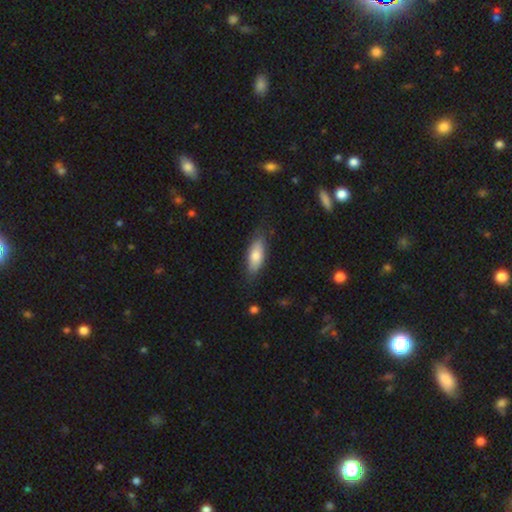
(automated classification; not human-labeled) Overall: smooth (76%). How rounded: in between (73%). Merging: none (78%).